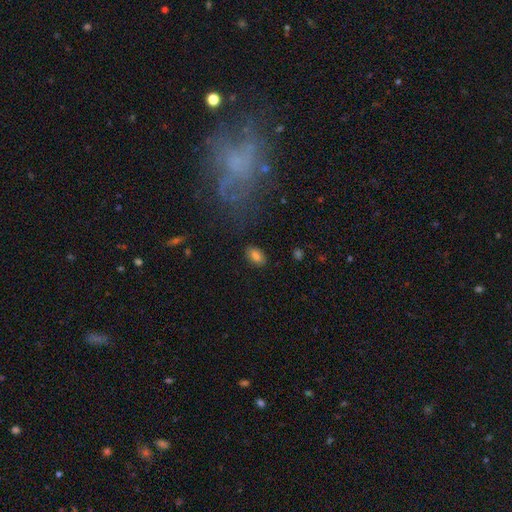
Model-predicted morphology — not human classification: smooth 83%, star or artifact 10%, featured or disk 8%. Down the decision tree: how rounded — in between (89%); merging — none (85%).